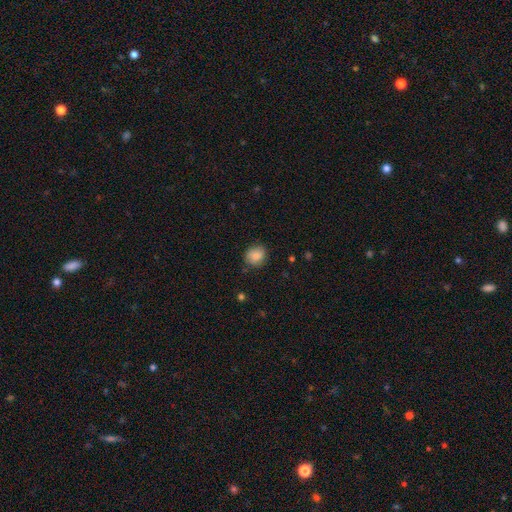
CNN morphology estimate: The model was most divided on "how rounded": round: 72%, in between: 27%, cigar-shaped: 1%. More confident: smooth or featured — smooth (85%); merging — none (80%).